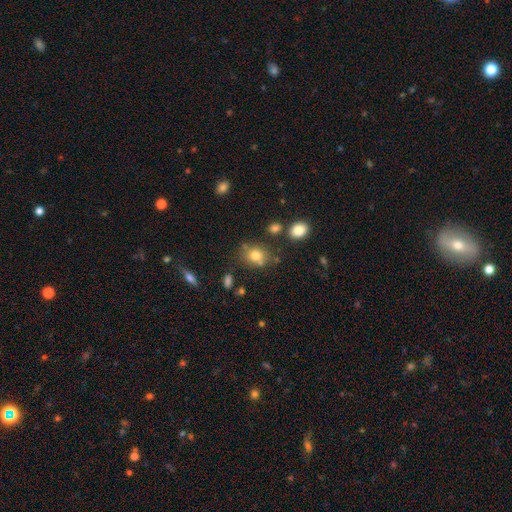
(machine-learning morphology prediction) type=smooth (77%); roundness=round (63%); merging=none (70%).